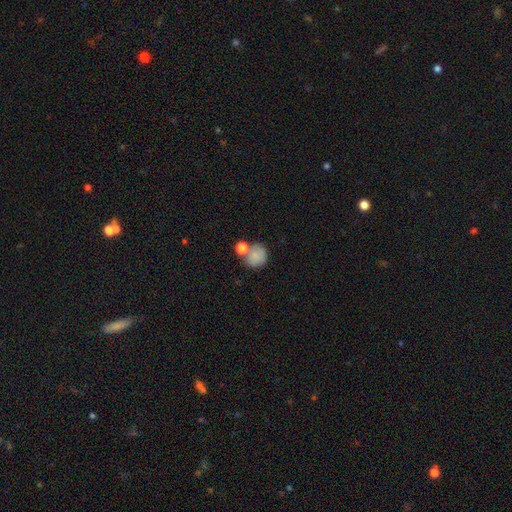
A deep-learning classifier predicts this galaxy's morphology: type=smooth (79%); roundness=round (83%); merging=none (51%).